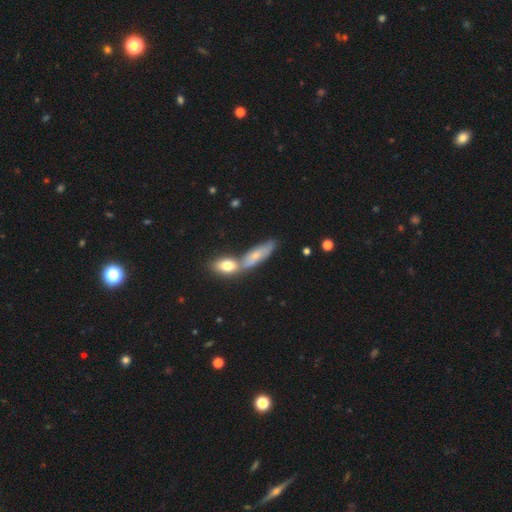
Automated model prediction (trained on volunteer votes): Smooth or featured? Predicted: smooth (p=0.59). How rounded? Predicted: in between (p=0.53). Merging? Predicted: merger (p=0.43).